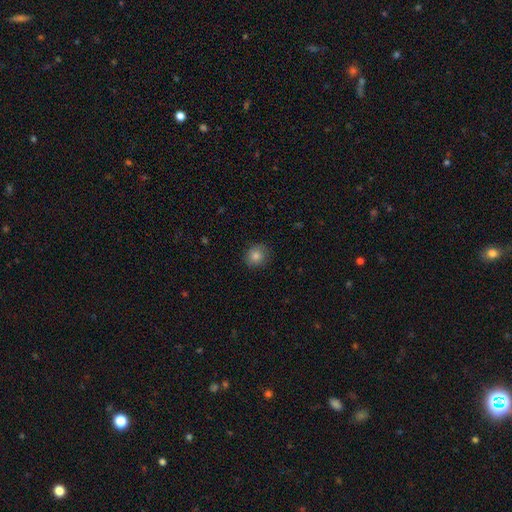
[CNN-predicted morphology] smooth-or-featured: smooth: 81% | star or artifact: 11% | featured or disk: 8%
  how-rounded: round: 82% | in between: 17% | cigar-shaped: 1%
  merging: none: 85% | minor disturbance: 11% | major disturbance: 3% | merger: 1%